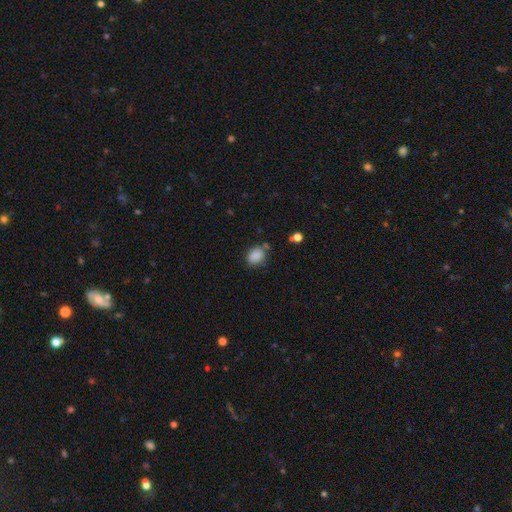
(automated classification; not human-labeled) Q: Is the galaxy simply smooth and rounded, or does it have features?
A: smooth — 86%.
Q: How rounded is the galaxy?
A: in between — 51%.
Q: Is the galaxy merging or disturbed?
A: none — 74%.